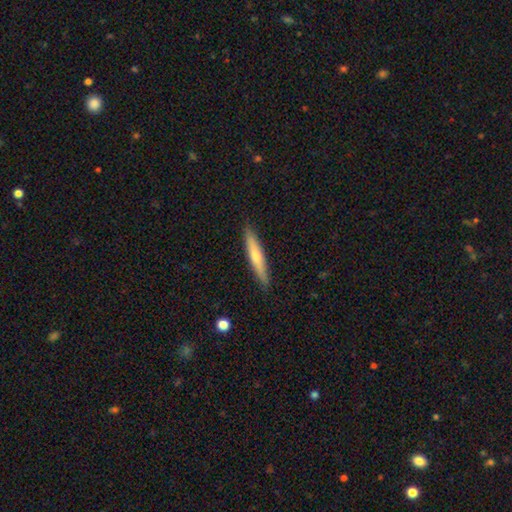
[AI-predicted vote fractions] A smooth galaxy with no disk features (52%) that is cigar-shaped (92%). Merging: none (90%).